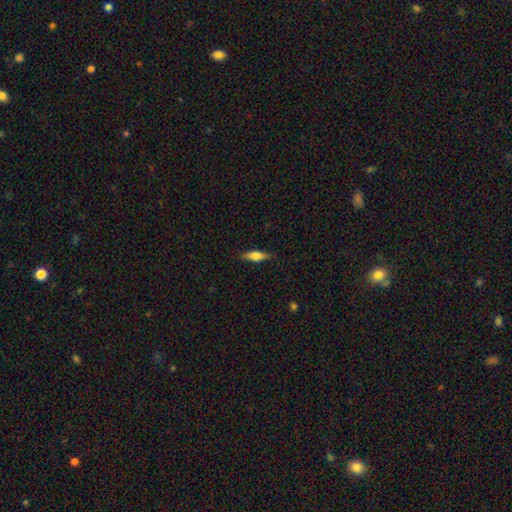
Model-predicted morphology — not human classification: Q: Smooth or featured?
A: smooth (53%); runner-up: featured or disk (40%)
Q: How rounded?
A: cigar-shaped (56%); runner-up: in between (42%)
Q: Merging?
A: none (86%); runner-up: minor disturbance (10%)